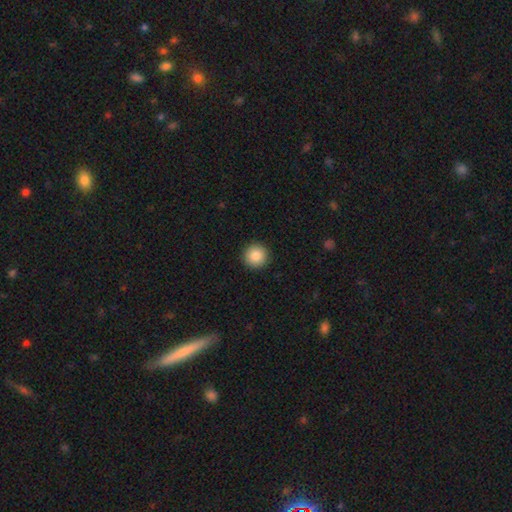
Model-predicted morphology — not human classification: Smooth or featured?
  - smooth: 86% *
  - star or artifact: 9%
  - featured or disk: 5%
How rounded?
  - round: 96% *
  - in between: 3%
  - cigar-shaped: 1%
Merging?
  - none: 93% *
  - minor disturbance: 4%
  - major disturbance: 2%
  - merger: 1%